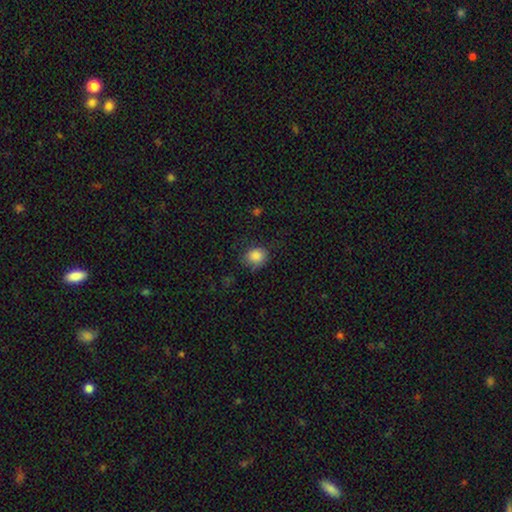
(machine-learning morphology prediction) Q: Smooth or featured?
A: smooth (86%); runner-up: star or artifact (9%)
Q: How rounded?
A: round (63%); runner-up: in between (36%)
Q: Merging?
A: none (73%); runner-up: minor disturbance (20%)